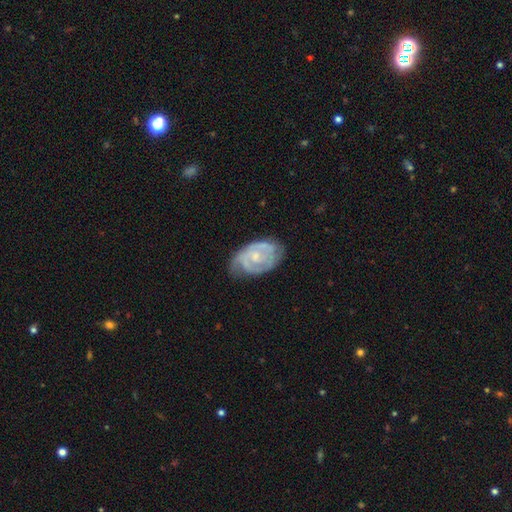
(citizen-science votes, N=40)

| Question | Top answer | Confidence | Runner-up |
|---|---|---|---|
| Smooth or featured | featured or disk | 90% | smooth (5%) |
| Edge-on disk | no | 100% | — |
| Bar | no | 64% | weak (36%) |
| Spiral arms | yes | 92% | no (8%) |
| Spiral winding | tight | 73% | medium (18%) |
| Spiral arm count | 2 | 42% | can't tell (24%) |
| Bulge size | moderate | 58% | small (36%) |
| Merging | none | 61% | minor disturbance (29%) |